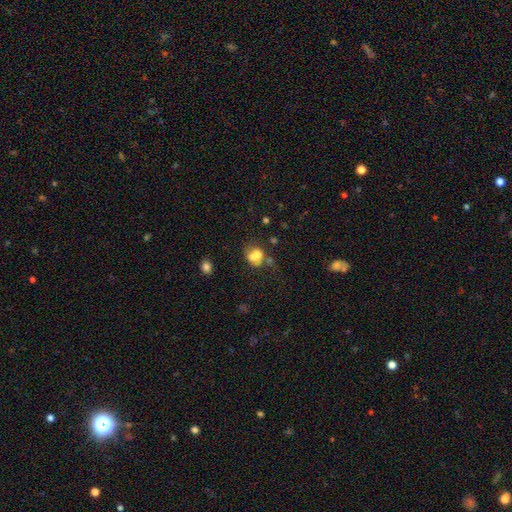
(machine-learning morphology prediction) Smooth or featured?
  - smooth: 63% *
  - featured or disk: 23%
  - star or artifact: 14%
How rounded?
  - round: 56% *
  - in between: 43%
  - cigar-shaped: 1%
Merging?
  - merger: 45% *
  - none: 32%
  - minor disturbance: 14%
  - major disturbance: 10%